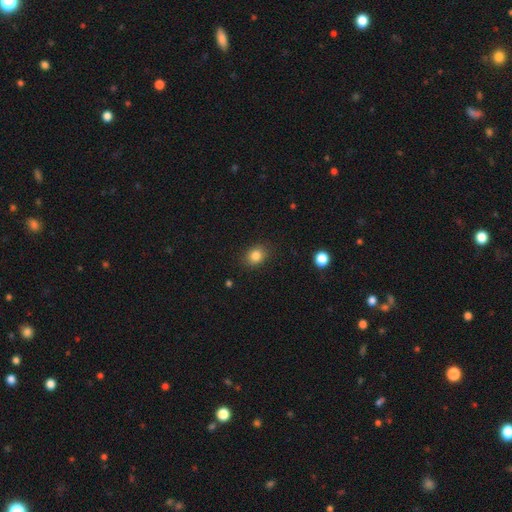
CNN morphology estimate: This appears to be a smooth galaxy with no disk features (84%) that is round (51%). Merging: none (87%).